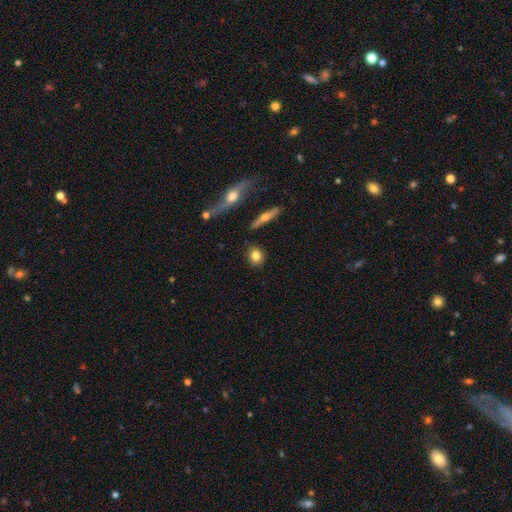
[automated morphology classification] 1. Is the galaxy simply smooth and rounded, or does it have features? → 80% smooth, 12% featured or disk, 8% star or artifact.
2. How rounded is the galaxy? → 61% round, 35% in between, 4% cigar-shaped.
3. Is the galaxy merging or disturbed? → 86% none, 8% minor disturbance, 3% merger, 2% major disturbance.